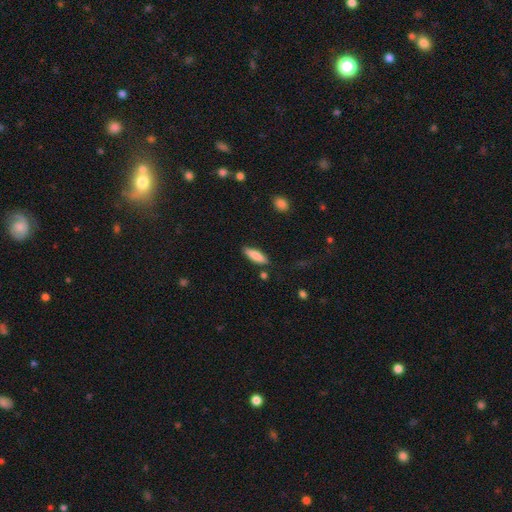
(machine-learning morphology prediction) Q: Smooth or featured?
A: smooth (81%); runner-up: featured or disk (13%)
Q: How rounded?
A: cigar-shaped (52%); runner-up: in between (46%)
Q: Merging?
A: none (84%); runner-up: minor disturbance (11%)